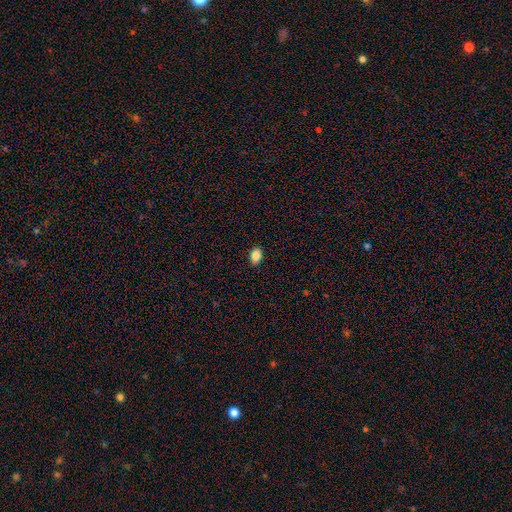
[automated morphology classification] This is clearly a smooth galaxy (86%). How rounded: clearly in between (82%). Merging: clearly none (89%).